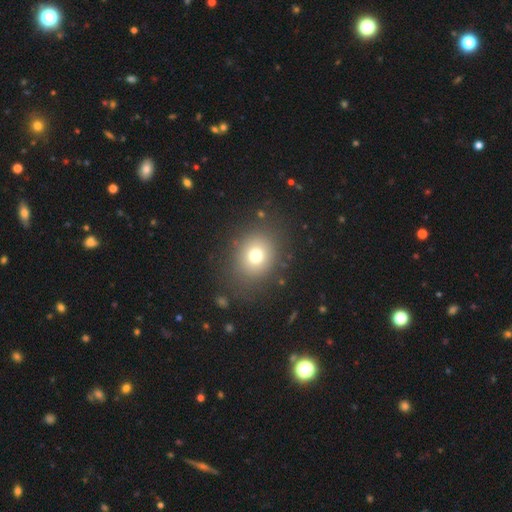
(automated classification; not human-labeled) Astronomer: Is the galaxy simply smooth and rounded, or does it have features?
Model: smooth — 74%.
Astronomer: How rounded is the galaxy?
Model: round — 73%.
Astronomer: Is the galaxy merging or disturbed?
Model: none — 82%.